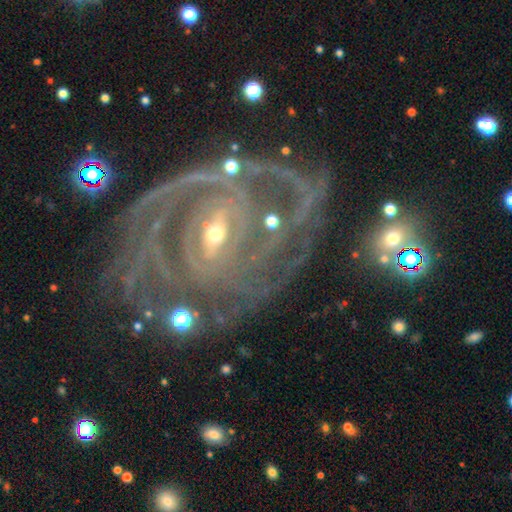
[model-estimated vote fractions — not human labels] The model was most divided on "spiral arm count": 2: 24%, can't tell: 22%, 3: 21%, 4: 16%, more than 4: 10%, 1: 8%. Remaining: spiral arms — yes (97%); edge-on disk — no (97%); smooth or featured — featured or disk (90%); spiral winding — tight (70%); bulge size — small (69%); merging — none (68%); bar — weak (42%).